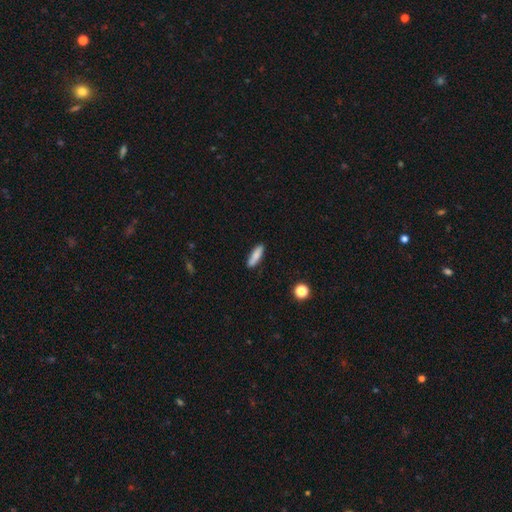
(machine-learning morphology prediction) Smooth or featured?
  - smooth: 82% *
  - featured or disk: 11%
  - star or artifact: 7%
How rounded?
  - cigar-shaped: 59% *
  - in between: 39%
  - round: 2%
Merging?
  - none: 87% *
  - minor disturbance: 9%
  - major disturbance: 2%
  - merger: 2%